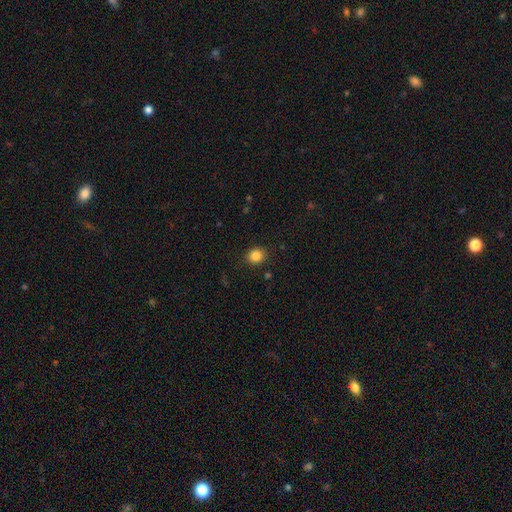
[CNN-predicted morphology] Q: Smooth or featured?
A: smooth (86%); runner-up: star or artifact (10%)
Q: How rounded?
A: round (76%); runner-up: in between (23%)
Q: Merging?
A: none (88%); runner-up: minor disturbance (8%)